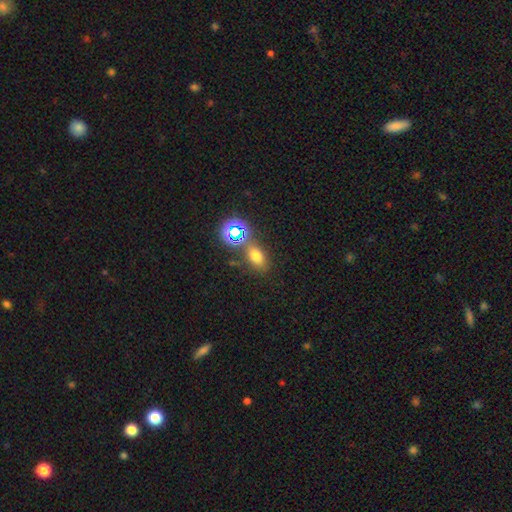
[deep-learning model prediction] smooth_or_featured: smooth (p=0.62) [alt: star or artifact p=0.28]
how_rounded: in between (p=0.74) [alt: round p=0.23]
merging: none (p=0.68) [alt: merger p=0.15]